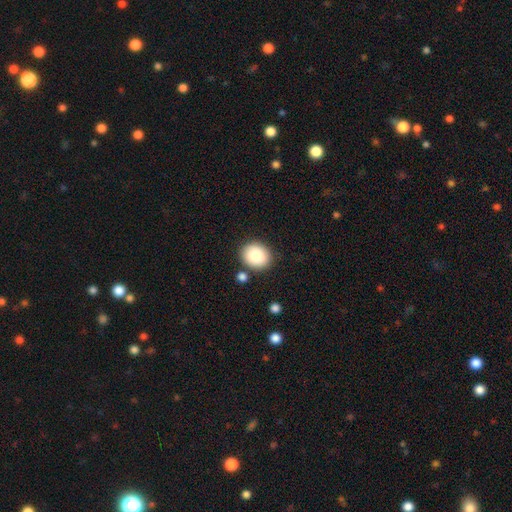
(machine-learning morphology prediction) The model was most divided on "how rounded": round: 62%, in between: 37%, cigar-shaped: 1%. More confident: smooth or featured — smooth (86%); merging — none (81%).